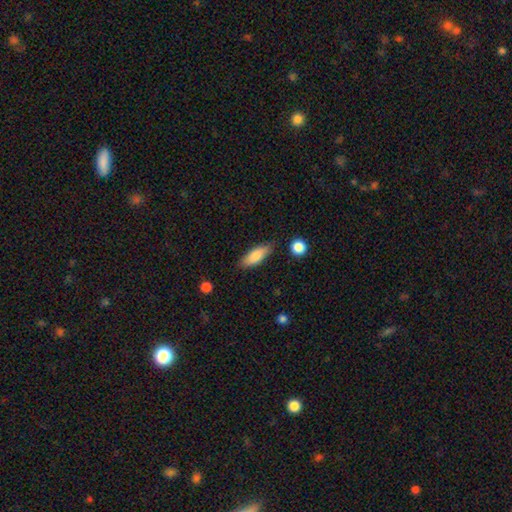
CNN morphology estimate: This appears to be a smooth galaxy with no disk features (79%) that is in between round and cigar-shaped (64%). Merging: none (81%).